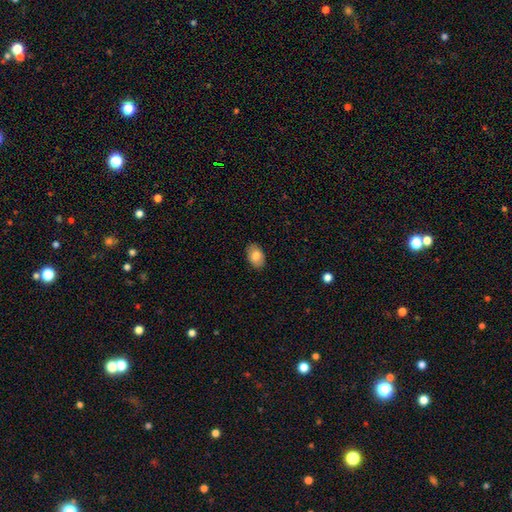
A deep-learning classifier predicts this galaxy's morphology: Smooth or featured? smooth (80%)
How rounded? in between (87%)
Merging? none (88%)